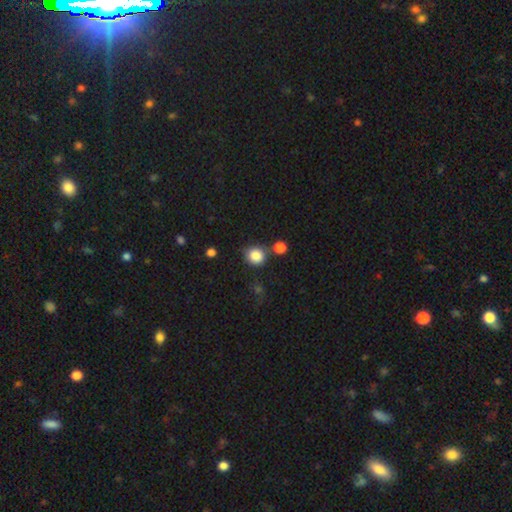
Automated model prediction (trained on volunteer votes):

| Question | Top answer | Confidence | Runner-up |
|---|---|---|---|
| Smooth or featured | smooth | 85% | star or artifact (10%) |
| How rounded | round | 82% | in between (17%) |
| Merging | none | 70% | minor disturbance (14%) |